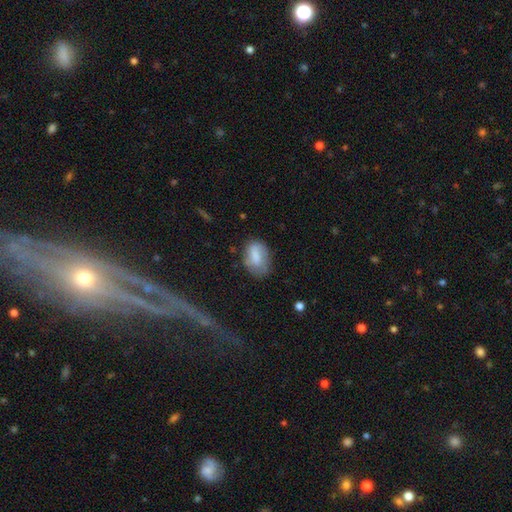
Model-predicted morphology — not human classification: type=smooth (73%); roundness=in between (85%); merging=none (60%).